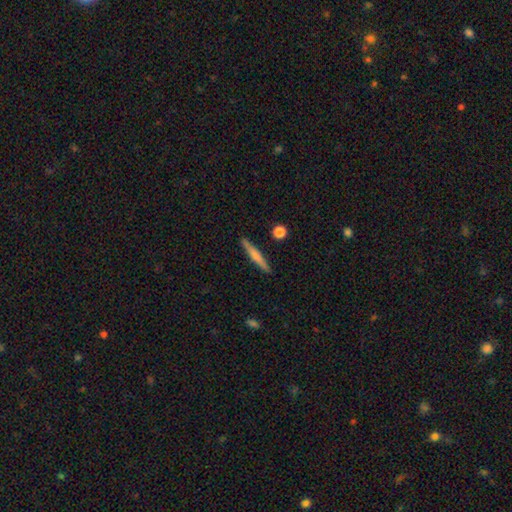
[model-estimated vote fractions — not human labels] Smooth or featured?
  - smooth: 57% *
  - featured or disk: 37%
  - star or artifact: 6%
How rounded?
  - cigar-shaped: 94% *
  - in between: 4%
  - round: 2%
Merging?
  - none: 89% *
  - minor disturbance: 8%
  - merger: 2%
  - major disturbance: 2%